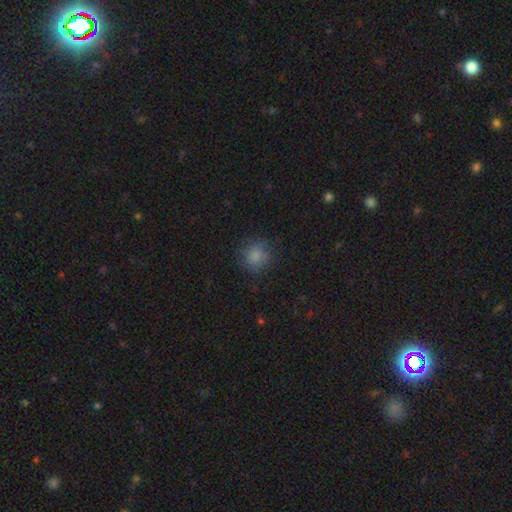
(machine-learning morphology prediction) A smooth galaxy with no disk features (82%) that is round (87%). Merging: none (80%).